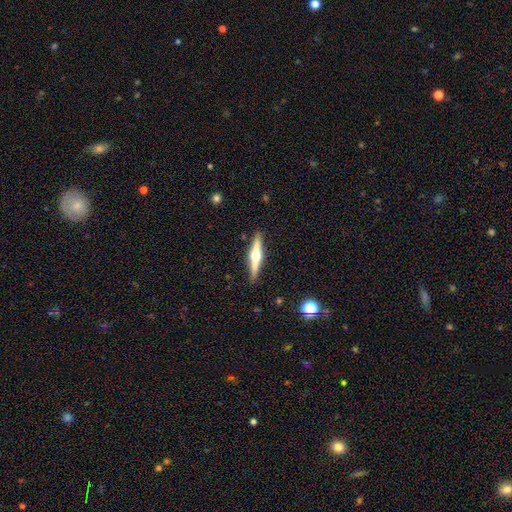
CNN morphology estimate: featured or disk 72%, smooth 23%, star or artifact 5%. Down the decision tree: edge-on disk — yes (98%); edge-on bulge — rounded (96%); merging — none (91%).